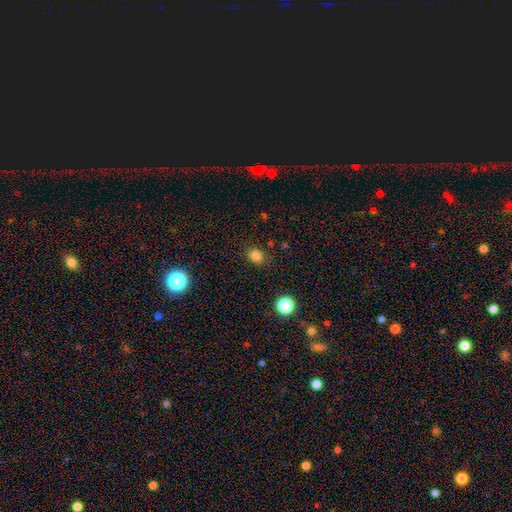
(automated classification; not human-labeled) Smooth or featured? smooth (81%)
How rounded? round (63%)
Merging? none (83%)